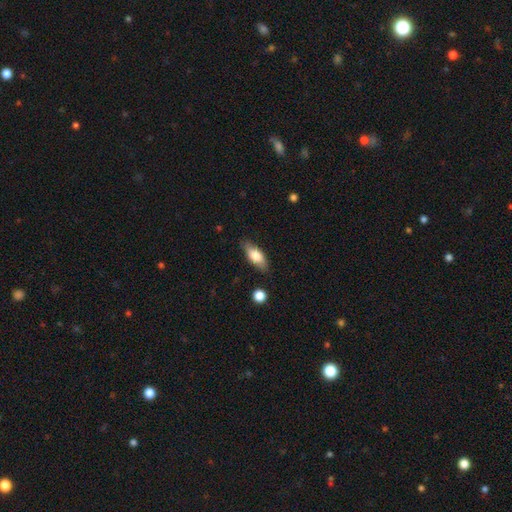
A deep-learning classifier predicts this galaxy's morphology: Smooth or featured?
  - smooth: 73% *
  - featured or disk: 20%
  - star or artifact: 7%
How rounded?
  - in between: 78% *
  - cigar-shaped: 19%
  - round: 3%
Merging?
  - none: 81% *
  - minor disturbance: 14%
  - major disturbance: 3%
  - merger: 2%